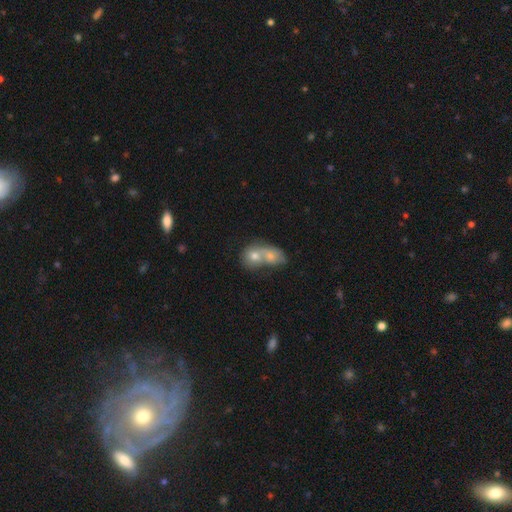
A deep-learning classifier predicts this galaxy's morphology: smooth 65%, featured or disk 24%, star or artifact 11%. Down the decision tree: how rounded — round (50%); merging — merger (73%).